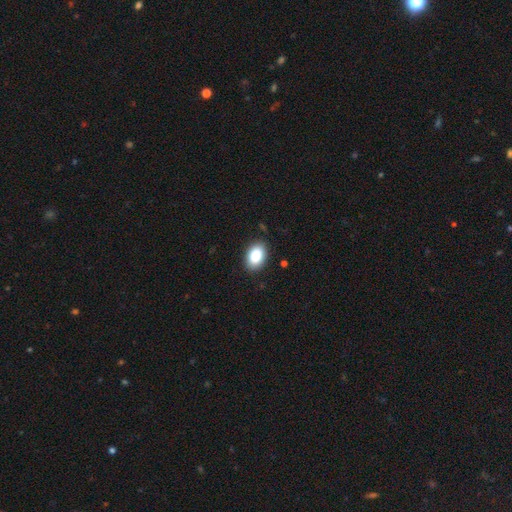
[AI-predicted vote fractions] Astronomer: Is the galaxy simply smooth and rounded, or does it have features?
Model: smooth — 88%.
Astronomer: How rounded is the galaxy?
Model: in between — 87%.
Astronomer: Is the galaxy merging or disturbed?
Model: none — 87%.